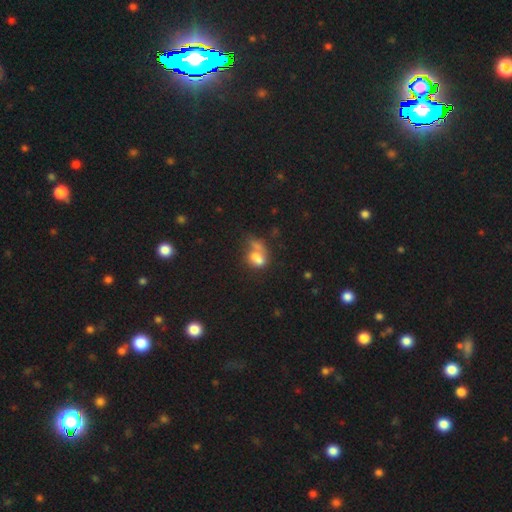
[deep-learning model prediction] This appears to be a smooth galaxy with no disk features (66%) that is in between round and cigar-shaped (73%). Merging: merger (44%).